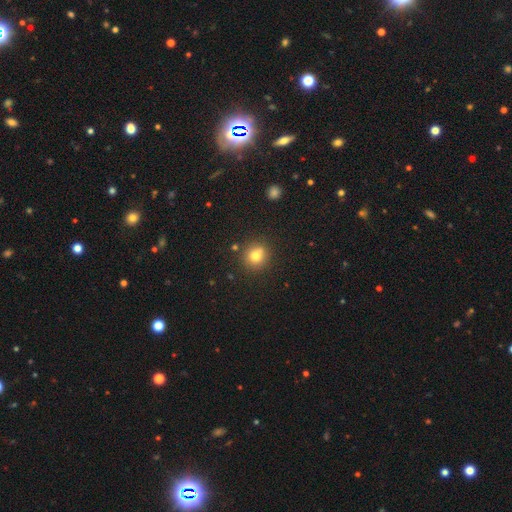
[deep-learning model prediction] A smooth galaxy with no disk features (77%) that is round (89%).

Vote fractions:
- Smooth or featured? smooth: 77% / star or artifact: 13% / featured or disk: 10%
- How rounded? round: 89% / in between: 10% / cigar-shaped: 1%
- Merging? none: 76% / minor disturbance: 11% / merger: 10% / major disturbance: 3%